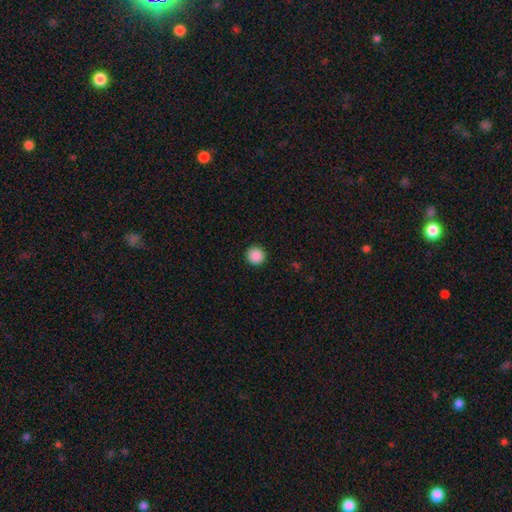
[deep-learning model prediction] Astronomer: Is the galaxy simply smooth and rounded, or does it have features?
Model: smooth — 89%.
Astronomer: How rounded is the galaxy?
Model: round — 95%.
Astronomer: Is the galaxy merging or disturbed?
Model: none — 93%.